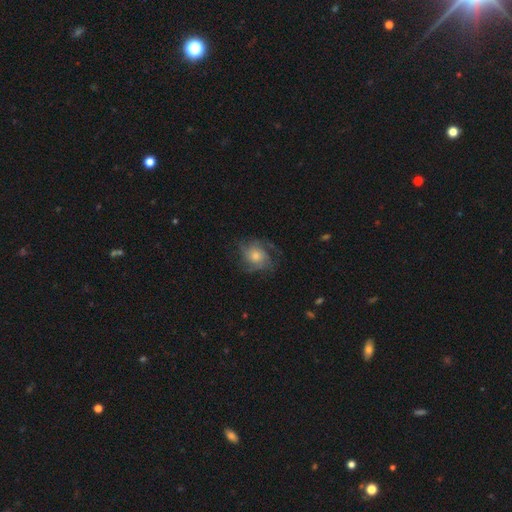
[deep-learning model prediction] smooth_or_featured: featured or disk (p=0.68) [alt: smooth p=0.21]
disk_edge_on: no (p=0.97) [alt: yes p=0.03]
bar: no (p=0.79) [alt: weak p=0.18]
has_spiral_arms: yes (p=0.91) [alt: no p=0.09]
spiral_winding: medium (p=0.43) [alt: tight p=0.40]
spiral_arm_count: can't tell (p=0.28) [tied with: 3 p=0.28]
bulge_size: moderate (p=0.57) [alt: small p=0.25]
merging: none (p=0.70) [alt: minor disturbance p=0.17]